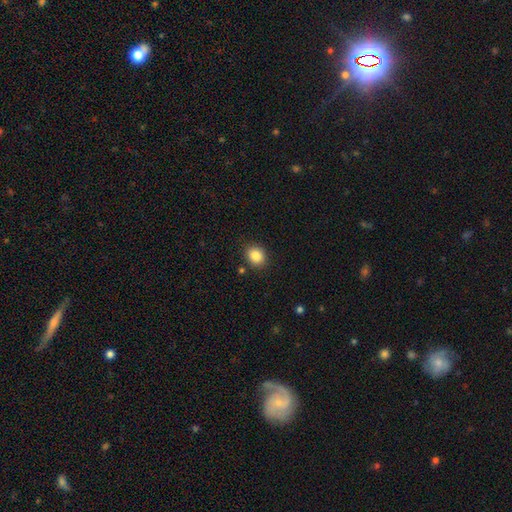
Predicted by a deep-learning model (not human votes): Smooth or featured? smooth (86%)
How rounded? round (65%)
Merging? none (86%)